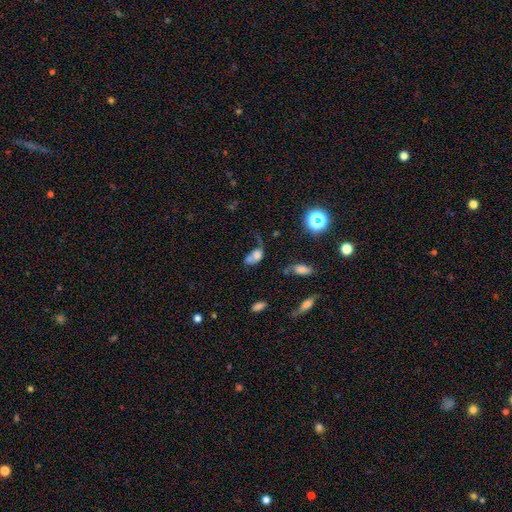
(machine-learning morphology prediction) smooth_or_featured: smooth (p=0.56) [alt: featured or disk p=0.30]
how_rounded: in between (p=0.78) [alt: round p=0.19]
merging: major disturbance (p=0.39) [alt: merger p=0.25]